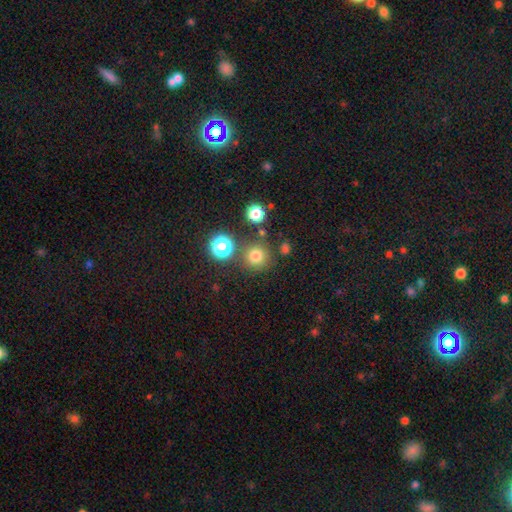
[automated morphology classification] A smooth galaxy with no disk features (75%) that is round (94%).

Vote fractions:
- Smooth or featured? smooth: 75% / star or artifact: 19% / featured or disk: 7%
- How rounded? round: 94% / in between: 5% / cigar-shaped: 1%
- Merging? none: 81% / minor disturbance: 8% / merger: 7% / major disturbance: 3%